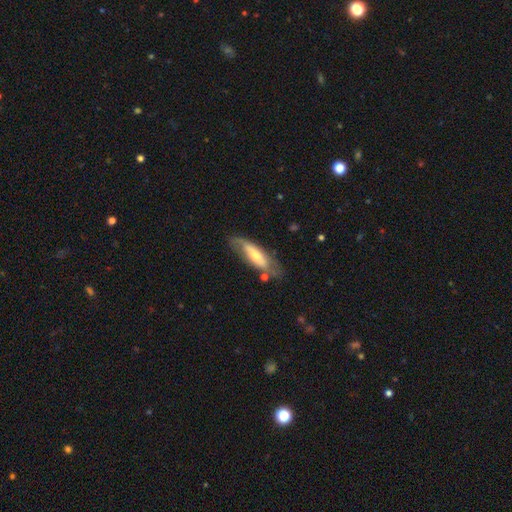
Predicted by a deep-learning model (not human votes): featured or disk 51%, smooth 44%, star or artifact 6%. Down the decision tree: edge-on disk — no (66%); merging — none (60%).